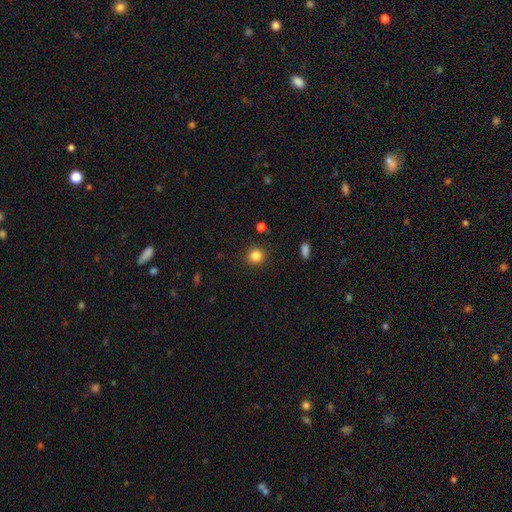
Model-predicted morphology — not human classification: A smooth galaxy with no disk features (83%) that is round (91%).

Vote fractions:
- Smooth or featured? smooth: 83% / star or artifact: 12% / featured or disk: 5%
- How rounded? round: 91% / in between: 8% / cigar-shaped: 1%
- Merging? none: 90% / minor disturbance: 6% / major disturbance: 2% / merger: 2%